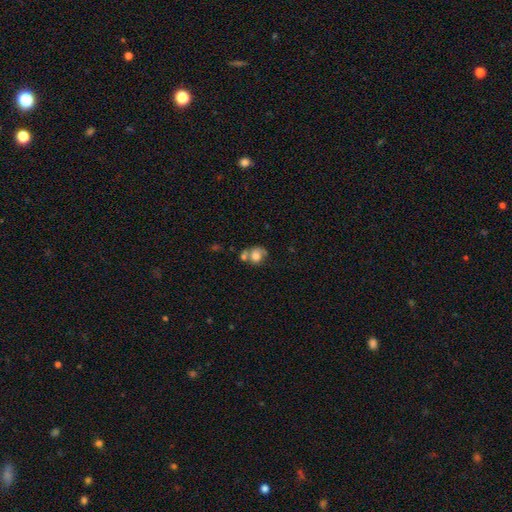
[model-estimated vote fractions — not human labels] smooth_or_featured: smooth (p=0.68) [alt: featured or disk p=0.23]
how_rounded: round (p=0.66) [alt: in between p=0.33]
merging: merger (p=0.42) [alt: none p=0.32]